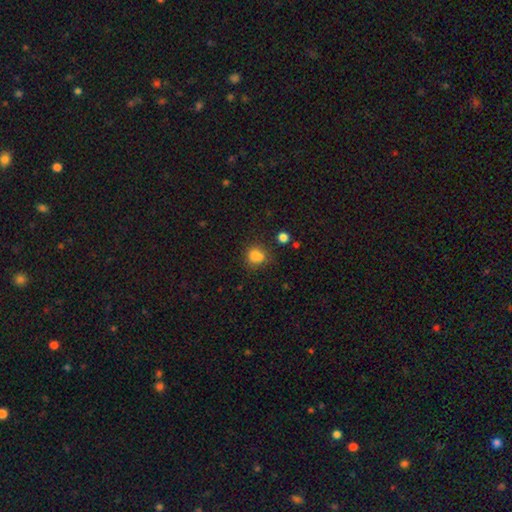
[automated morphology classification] smooth-or-featured: smooth: 77% | star or artifact: 13% | featured or disk: 9%
  how-rounded: round: 74% | in between: 25% | cigar-shaped: 1%
  merging: none: 51% | merger: 28% | minor disturbance: 15% | major disturbance: 5%